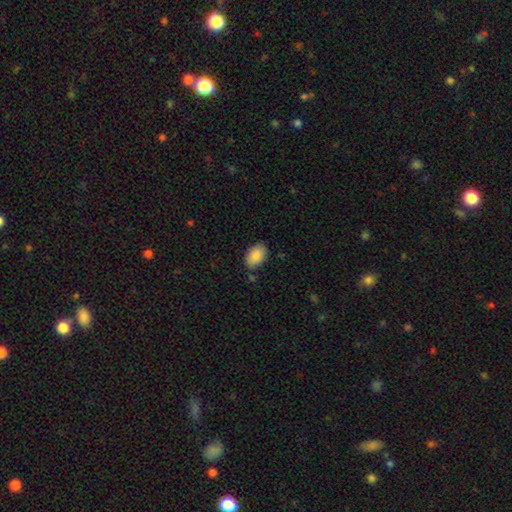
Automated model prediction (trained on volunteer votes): Overall: smooth (88%). How rounded: in between (90%). Merging: none (83%).